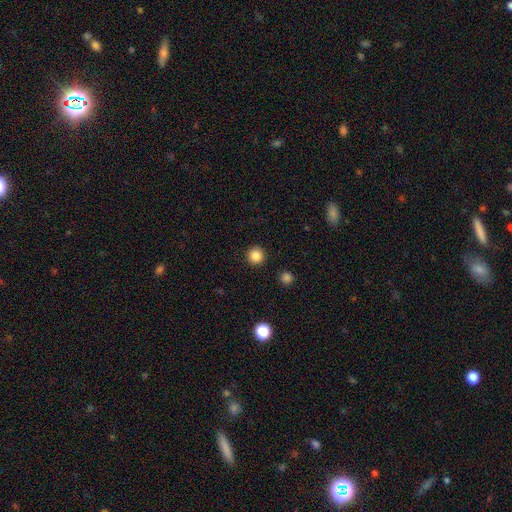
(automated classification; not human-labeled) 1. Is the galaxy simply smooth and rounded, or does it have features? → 85% smooth, 11% star or artifact, 4% featured or disk.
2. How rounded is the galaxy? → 95% round, 4% in between, 1% cigar-shaped.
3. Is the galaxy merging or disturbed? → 92% none, 5% minor disturbance, 2% major disturbance, 1% merger.